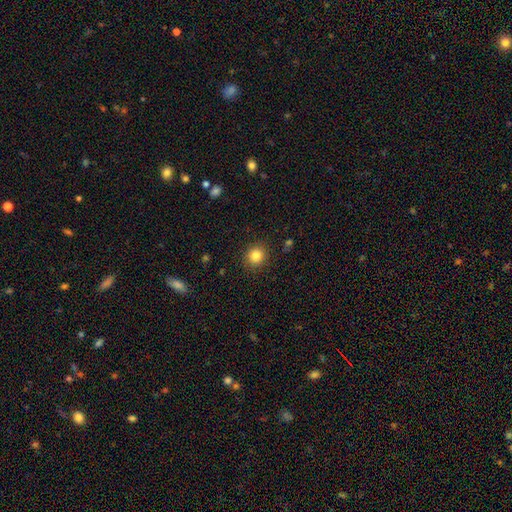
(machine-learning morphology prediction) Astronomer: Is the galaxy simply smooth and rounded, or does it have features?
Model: smooth — 83%.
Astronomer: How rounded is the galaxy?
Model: round — 87%.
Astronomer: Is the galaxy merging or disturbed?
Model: none — 90%.